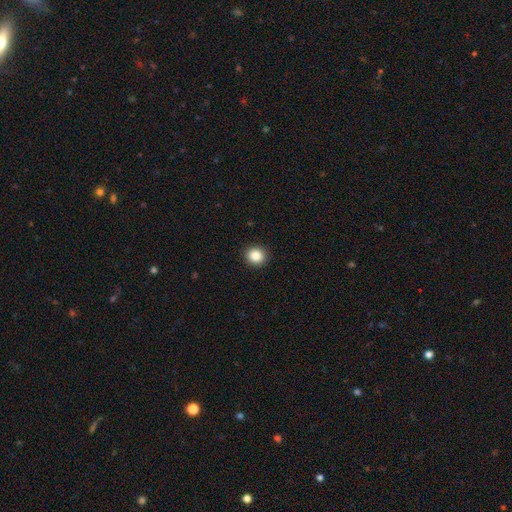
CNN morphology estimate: Overall: smooth (86%). How rounded: round (87%). Merging: none (93%).